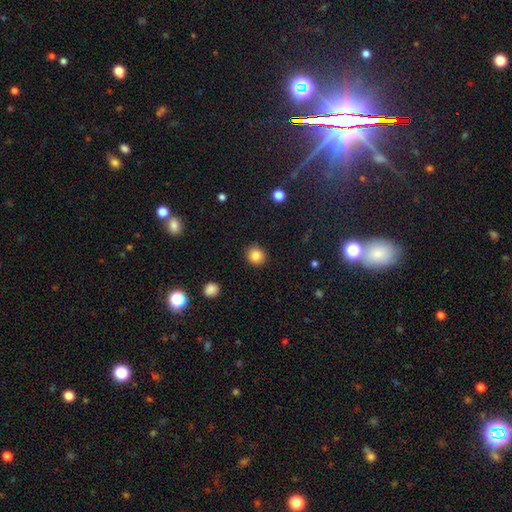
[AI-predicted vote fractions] A smooth galaxy with no disk features (85%) that is round (86%). Merging: none (89%).